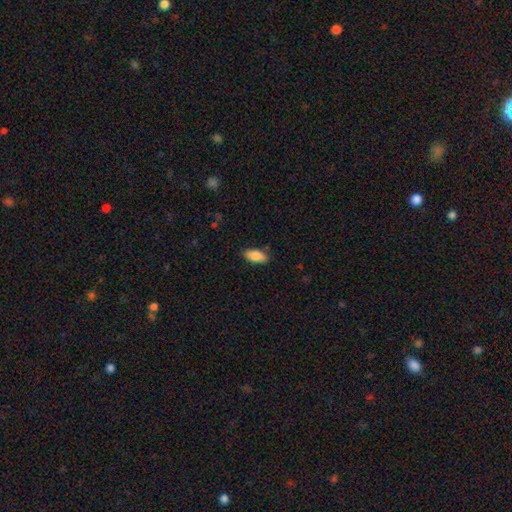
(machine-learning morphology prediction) Smooth or featured? Predicted: smooth (p=0.87). How rounded? Predicted: in between (p=0.87). Merging? Predicted: none (p=0.86).